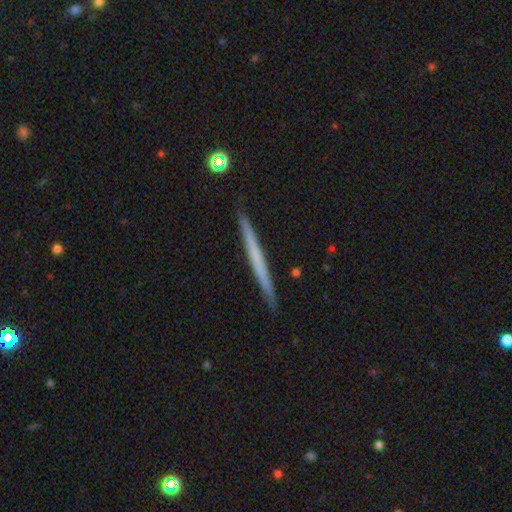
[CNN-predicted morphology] A featured or disk galaxy (48%). Merging: none (92%).